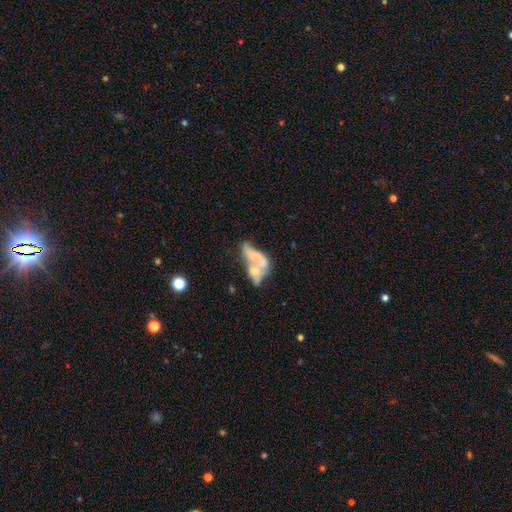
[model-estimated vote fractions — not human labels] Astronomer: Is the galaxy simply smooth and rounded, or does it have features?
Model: featured or disk — 46% (runner-up: smooth, 44%).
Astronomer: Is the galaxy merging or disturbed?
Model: merger — 58%.